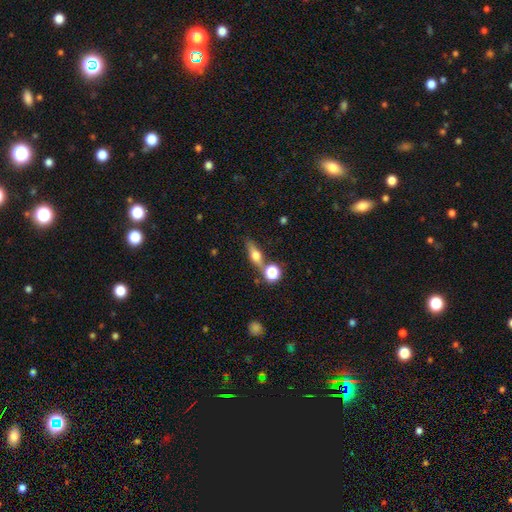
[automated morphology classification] This appears to be a smooth galaxy with no disk features (52%) that is in between round and cigar-shaped (44%). Merging: none (62%).